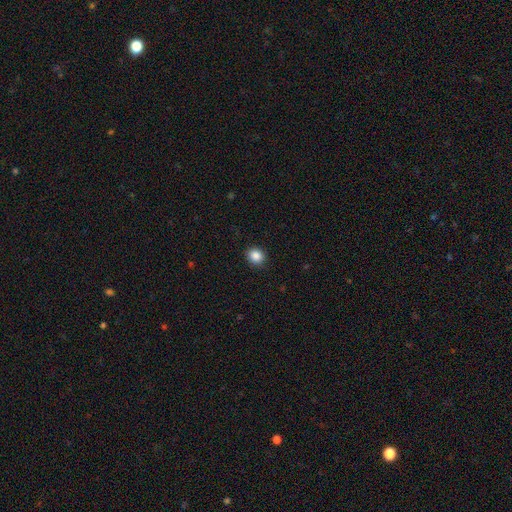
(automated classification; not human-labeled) This is clearly a smooth galaxy (87%). How rounded: likely round (78%). Merging: clearly none (90%).